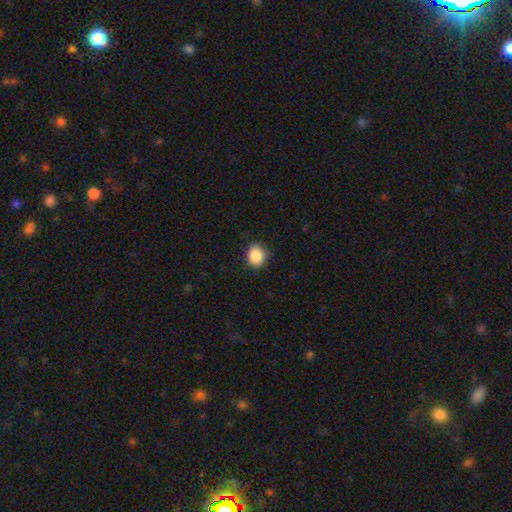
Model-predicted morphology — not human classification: Smooth or featured? Predicted: smooth (p=0.88). How rounded? Predicted: round (p=0.65). Merging? Predicted: none (p=0.88).